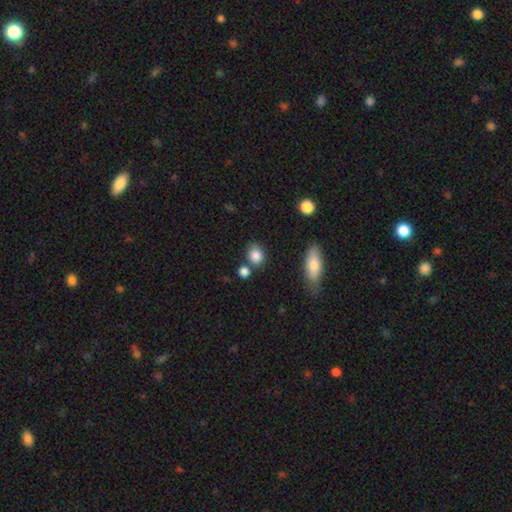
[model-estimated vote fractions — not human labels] Smooth or featured?
  - smooth: 85% *
  - star or artifact: 9%
  - featured or disk: 6%
How rounded?
  - round: 53% *
  - in between: 45%
  - cigar-shaped: 2%
Merging?
  - none: 70% *
  - minor disturbance: 14%
  - merger: 13%
  - major disturbance: 4%